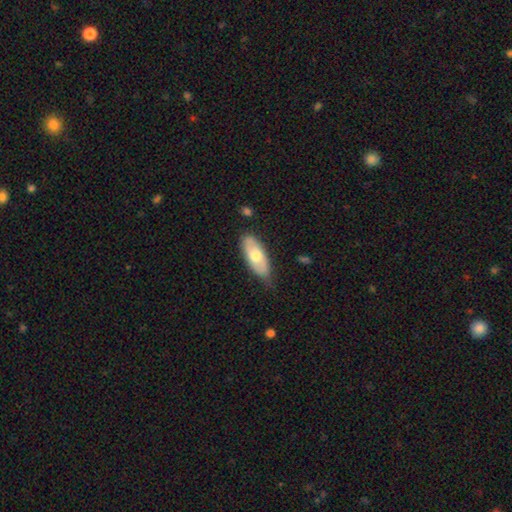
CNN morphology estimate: The model was most divided on "smooth or featured": smooth: 61%, featured or disk: 33%, star or artifact: 5%. More confident: how rounded — in between (84%); merging — none (69%).